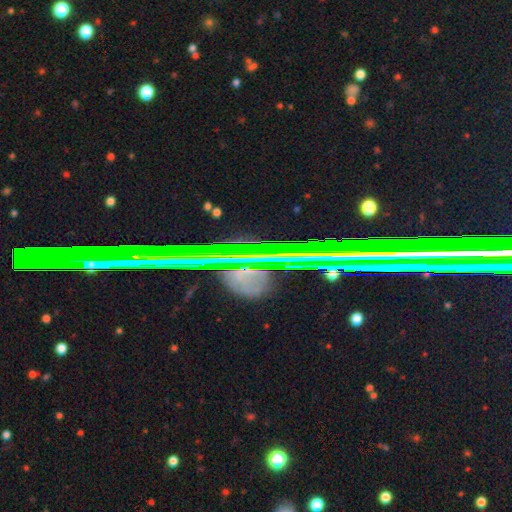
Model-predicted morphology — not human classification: Q: Smooth or featured?
A: star or artifact (46%); runner-up: featured or disk (41%)